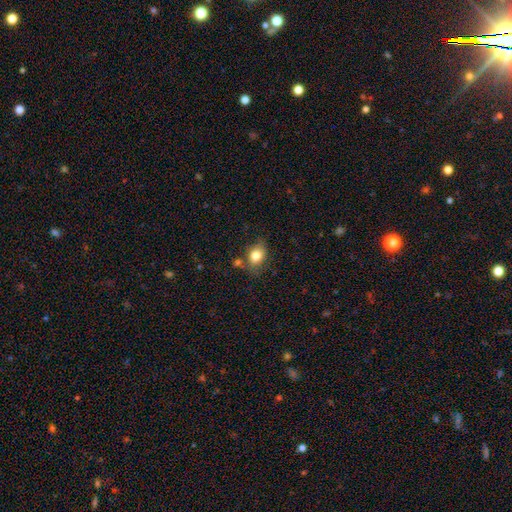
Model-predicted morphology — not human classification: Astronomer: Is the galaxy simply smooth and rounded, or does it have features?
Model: smooth — 81%.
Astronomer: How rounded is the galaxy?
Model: in between — 66%.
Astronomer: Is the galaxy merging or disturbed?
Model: none — 67%.